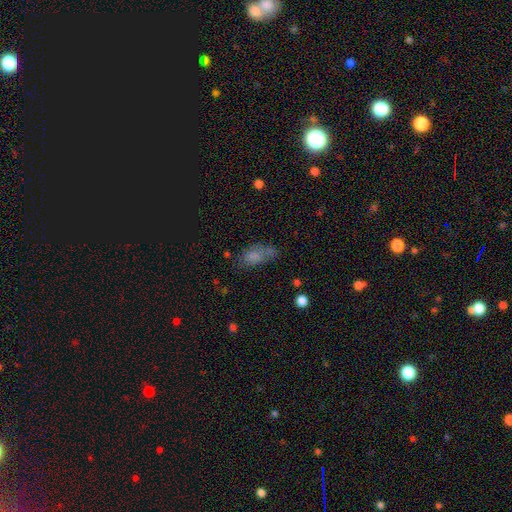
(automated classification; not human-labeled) Smooth or featured? Predicted: smooth (p=0.66). How rounded? Predicted: in between (p=0.82). Merging? Predicted: none (p=0.50).